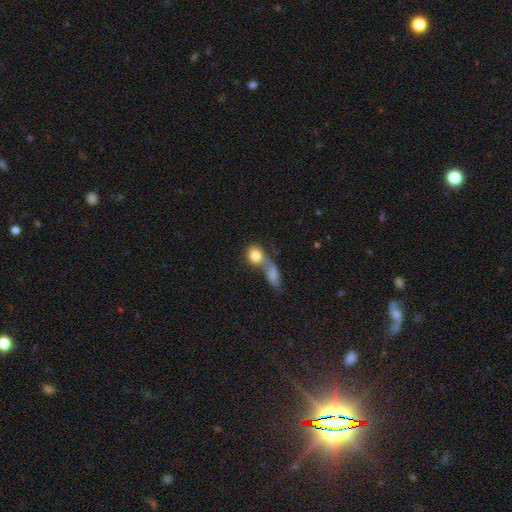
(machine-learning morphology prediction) The model was most divided on "how rounded": round: 52%, in between: 45%, cigar-shaped: 3%. More confident: smooth or featured — smooth (79%); merging — merger (65%).